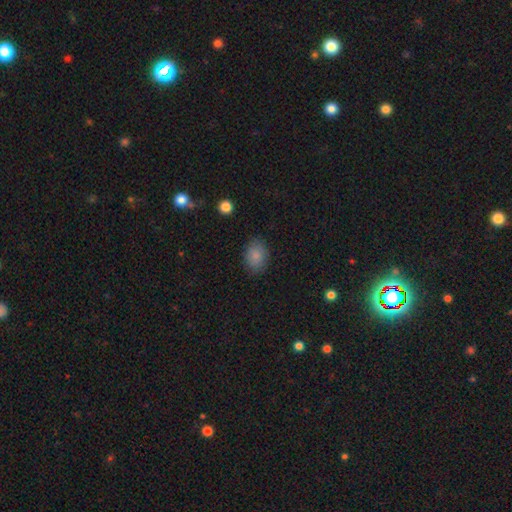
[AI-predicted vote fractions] smooth 85%, star or artifact 8%, featured or disk 6%. Down the decision tree: how rounded — in between (71%); merging — none (84%).